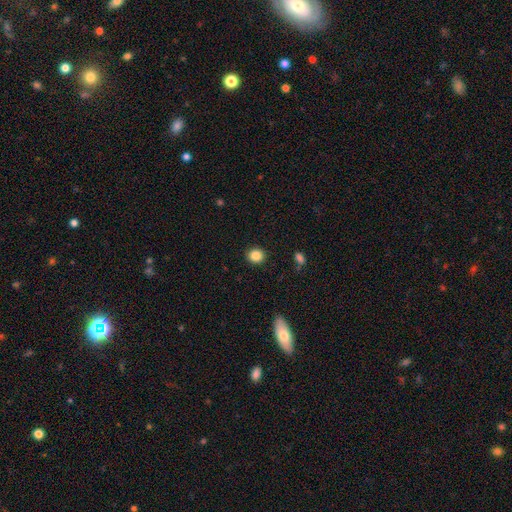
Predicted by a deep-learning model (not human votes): Smooth or featured?
  - smooth: 87% *
  - star or artifact: 10%
  - featured or disk: 4%
How rounded?
  - round: 81% *
  - in between: 18%
  - cigar-shaped: 1%
Merging?
  - none: 91% *
  - minor disturbance: 6%
  - major disturbance: 2%
  - merger: 1%